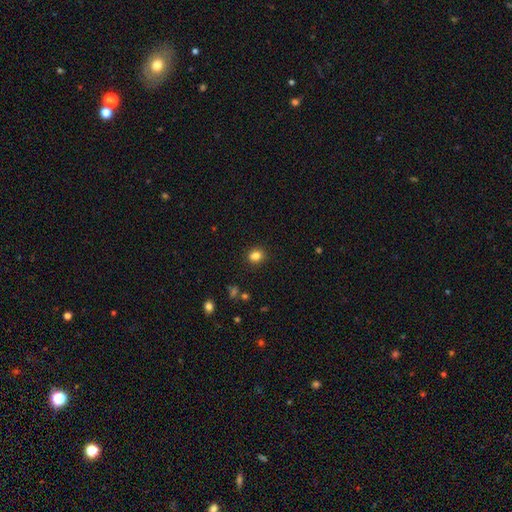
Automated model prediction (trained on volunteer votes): This is clearly a smooth galaxy (83%). How rounded: likely round (69%). Merging: clearly none (88%).